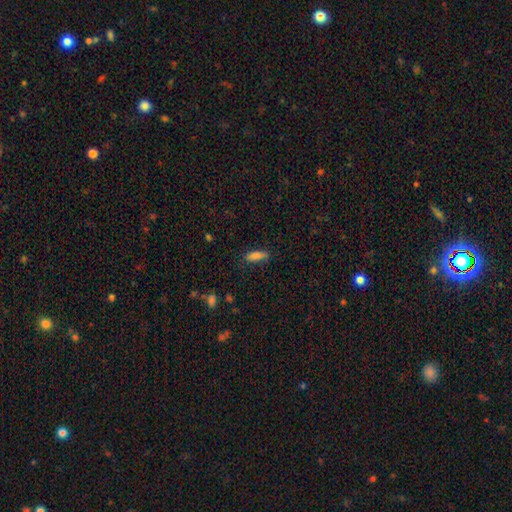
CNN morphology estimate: Smooth or featured? Predicted: smooth (p=0.84). How rounded? Predicted: cigar-shaped (p=0.50). Merging? Predicted: none (p=0.79).